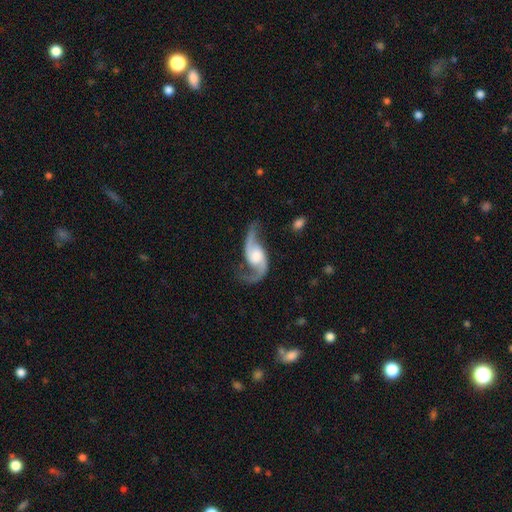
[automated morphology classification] smooth_or_featured: featured or disk (p=0.92) [alt: smooth p=0.04]
disk_edge_on: no (p=0.97) [alt: yes p=0.03]
bar: no (p=0.57) [alt: weak p=0.34]
has_spiral_arms: yes (p=0.98) [alt: no p=0.02]
spiral_winding: loose (p=0.66) [alt: medium p=0.28]
spiral_arm_count: 2 (p=0.94) [alt: 1 p=0.02]
bulge_size: moderate (p=0.36) [alt: large p=0.34]
merging: none (p=0.72) [alt: minor disturbance p=0.16]